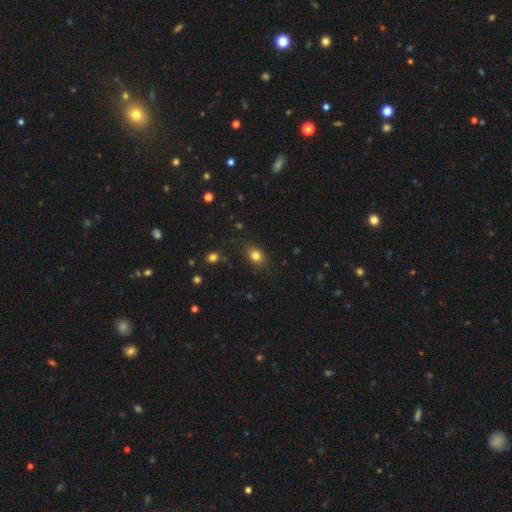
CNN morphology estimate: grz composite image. It shows a smooth galaxy with no disk features (80%) that is in between round and cigar-shaped (64%). Merging: none (84%).